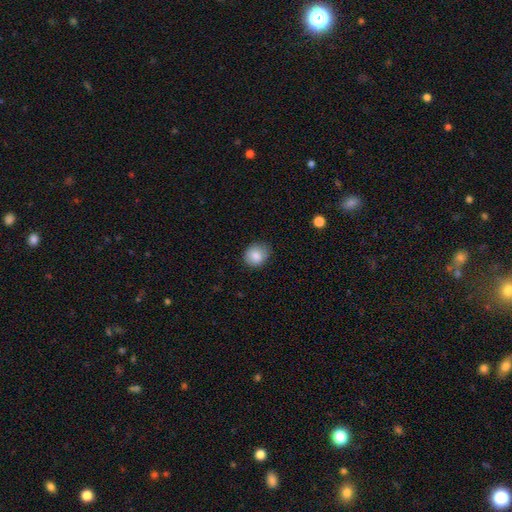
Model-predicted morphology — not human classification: Smooth or featured? smooth (85%)
How rounded? round (68%)
Merging? none (78%)